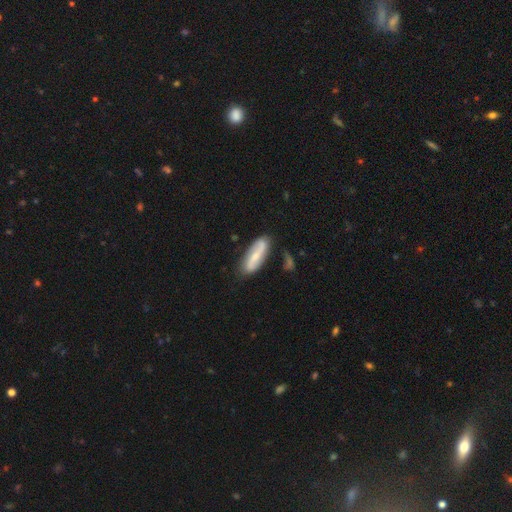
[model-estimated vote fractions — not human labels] Smooth or featured: featured or disk — 59% (smooth — 35%)
Edge-on disk: no — 86% (yes — 14%)
Bar: strong — 38% (weak — 34%)
Spiral arms: yes — 86% (no — 14%)
Bulge size: small — 57% (moderate — 32%)
Merging: none — 76% (minor disturbance — 17%)